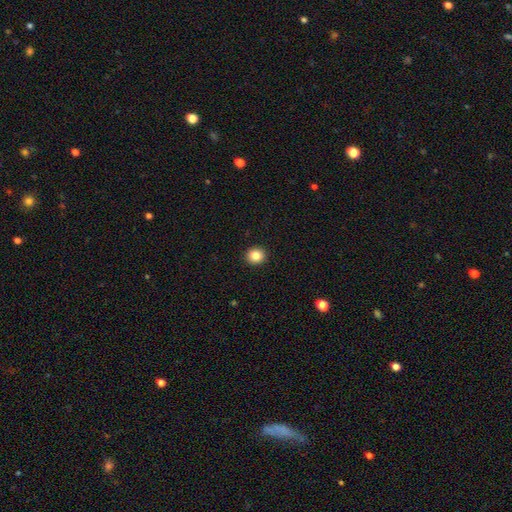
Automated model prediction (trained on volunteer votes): A smooth galaxy with no disk features (85%) that is round (87%). Merging: none (93%).